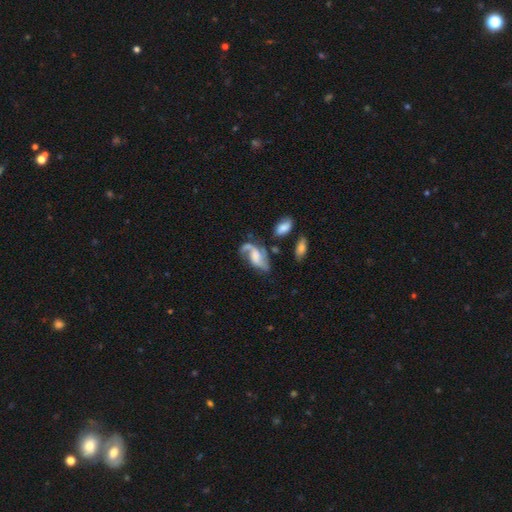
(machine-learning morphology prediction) featured or disk 80%, smooth 14%, star or artifact 6%. Down the decision tree: edge-on disk — no (96%); bar — no (44%); spiral arms — yes (93%); spiral arm count — 2 (82%); spiral winding — loose (59%); bulge size — moderate (37%); merging — none (47%).